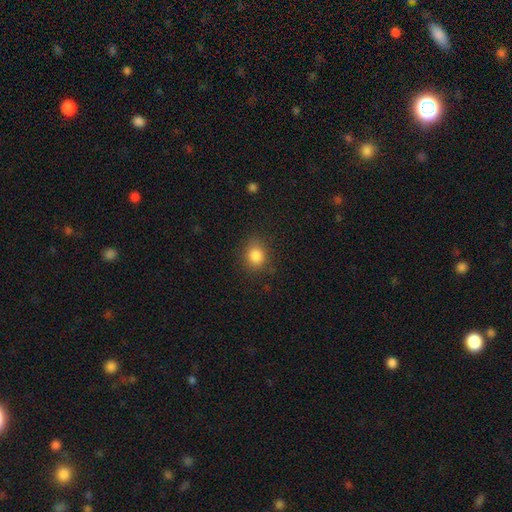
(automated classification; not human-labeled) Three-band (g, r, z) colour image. It shows a smooth galaxy with no disk features (84%) that is round (64%). Merging: none (81%).